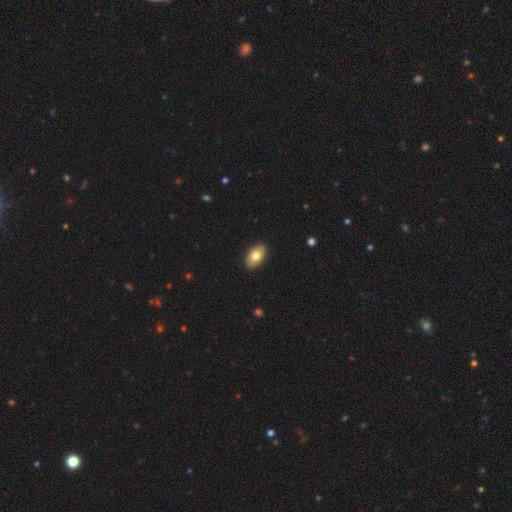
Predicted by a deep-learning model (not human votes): Overall: smooth (79%). How rounded: in between (92%). Merging: none (90%).